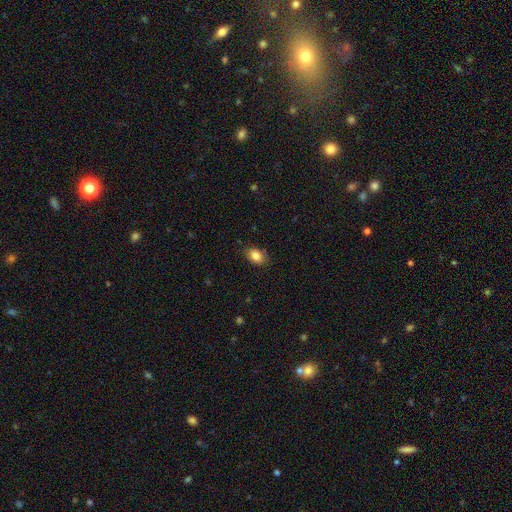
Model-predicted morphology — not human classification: A smooth galaxy with no disk features (85%) that is in between round and cigar-shaped (82%).

Vote fractions:
- Smooth or featured? smooth: 85% / star or artifact: 8% / featured or disk: 7%
- How rounded? in between: 82% / round: 17% / cigar-shaped: 1%
- Merging? none: 84% / minor disturbance: 12% / major disturbance: 3% / merger: 1%